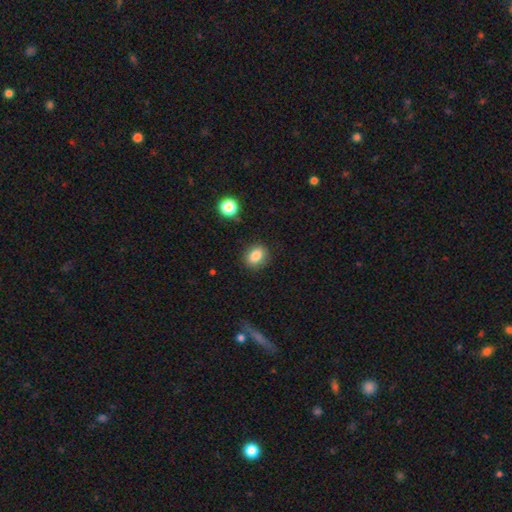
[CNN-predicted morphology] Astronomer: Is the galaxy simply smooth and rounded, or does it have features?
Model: smooth — 84%.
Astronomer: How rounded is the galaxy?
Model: in between — 53% (runner-up: round, 46%).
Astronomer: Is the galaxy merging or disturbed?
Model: none — 86%.